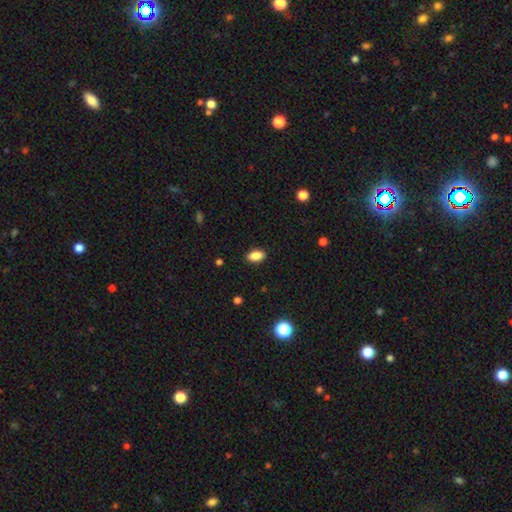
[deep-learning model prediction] A smooth galaxy with no disk features (87%) that is in between round and cigar-shaped (91%).

Vote fractions:
- Smooth or featured? smooth: 87% / star or artifact: 9% / featured or disk: 5%
- How rounded? in between: 91% / round: 6% / cigar-shaped: 3%
- Merging? none: 88% / minor disturbance: 9% / major disturbance: 2% / merger: 1%